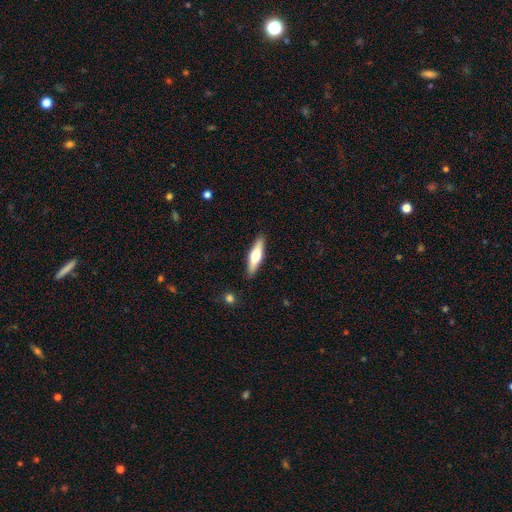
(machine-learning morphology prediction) smooth 52%, featured or disk 43%, star or artifact 5%. Down the decision tree: how rounded — cigar-shaped (66%); merging — none (89%).